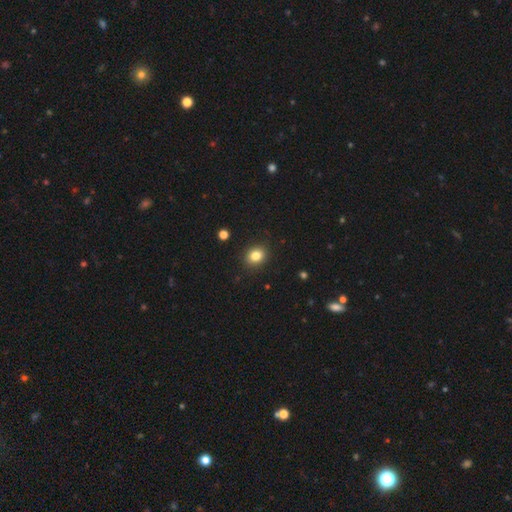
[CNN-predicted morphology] The model was most divided on "how rounded": round: 61%, in between: 38%, cigar-shaped: 1%. More confident: merging — none (90%); smooth or featured — smooth (83%).